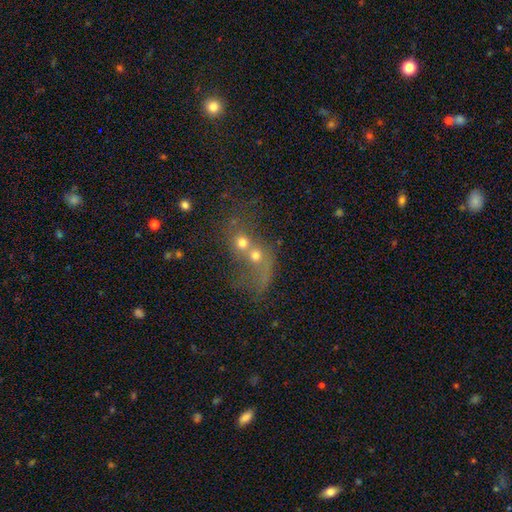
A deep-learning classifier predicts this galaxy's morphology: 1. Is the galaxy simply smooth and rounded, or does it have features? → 51% smooth, 30% featured or disk, 19% star or artifact.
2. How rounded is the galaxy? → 70% round, 27% in between, 3% cigar-shaped.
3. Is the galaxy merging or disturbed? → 74% merger, 14% none, 7% major disturbance, 4% minor disturbance.